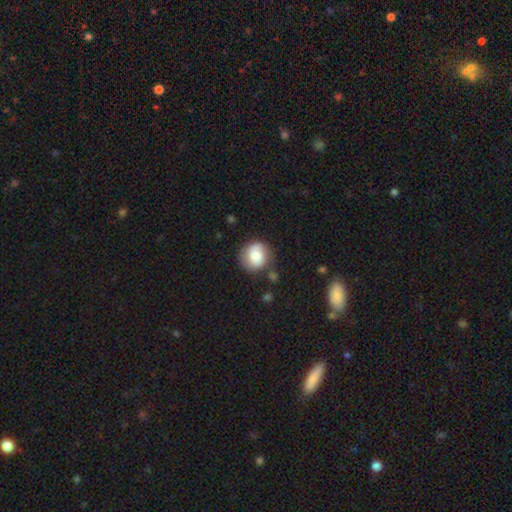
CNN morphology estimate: The model was most divided on "smooth or featured": smooth: 67%, featured or disk: 25%, star or artifact: 8%. More confident: how rounded — round (87%); merging — none (73%).